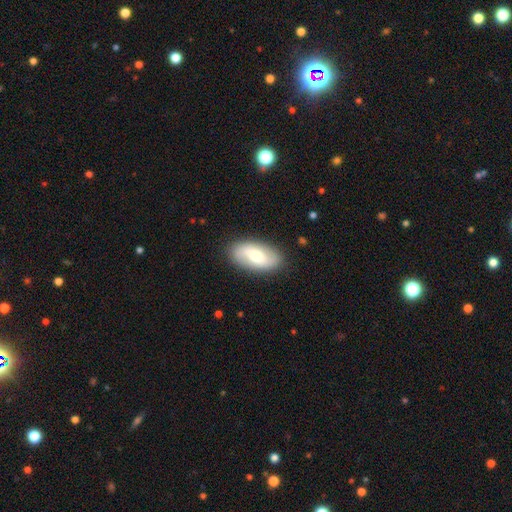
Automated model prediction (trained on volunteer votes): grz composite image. It shows a smooth galaxy with no disk features (52%) that is in between round and cigar-shaped (92%). Merging: none (86%).